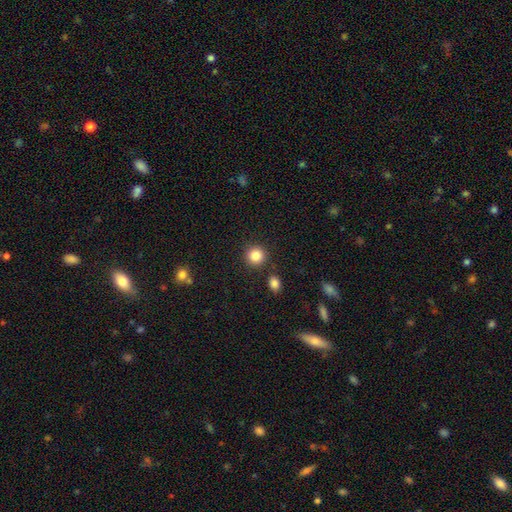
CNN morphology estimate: This is clearly a smooth galaxy (86%). How rounded: clearly round (92%). Merging: clearly none (87%).